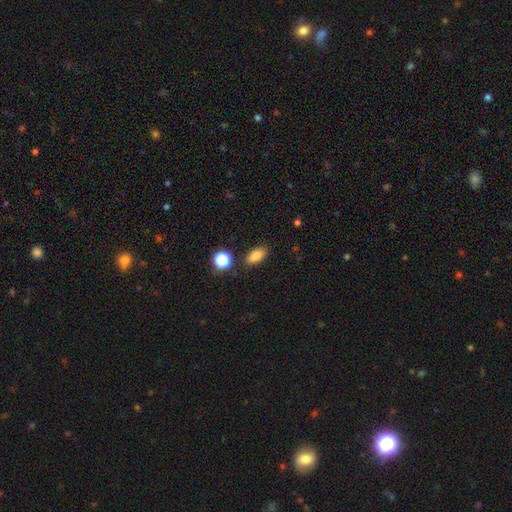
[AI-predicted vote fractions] A smooth galaxy with no disk features (83%) that is in between round and cigar-shaped (85%).

Vote fractions:
- Smooth or featured? smooth: 83% / star or artifact: 10% / featured or disk: 6%
- How rounded? in between: 85% / round: 8% / cigar-shaped: 7%
- Merging? none: 85% / minor disturbance: 9% / merger: 3% / major disturbance: 3%